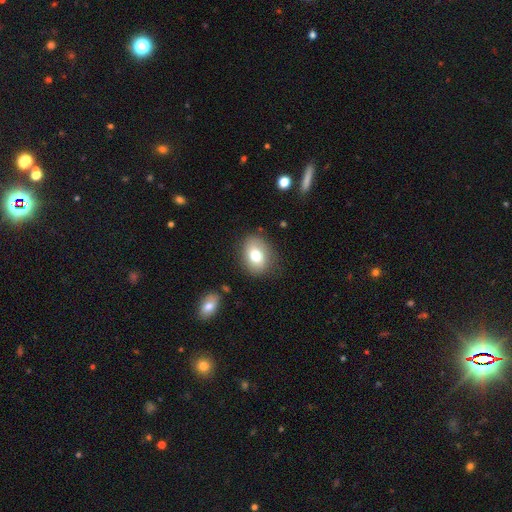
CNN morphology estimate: smooth-or-featured: smooth: 75% | featured or disk: 16% | star or artifact: 9%
  how-rounded: in between: 65% | round: 34% | cigar-shaped: 1%
  merging: none: 82% | minor disturbance: 13% | major disturbance: 4% | merger: 2%